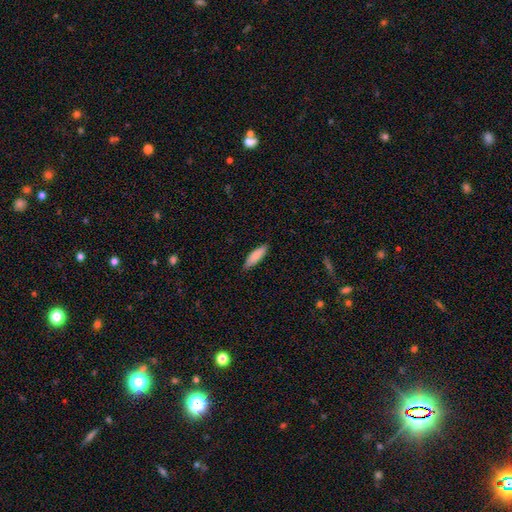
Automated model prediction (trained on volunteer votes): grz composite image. It shows a smooth galaxy with no disk features (86%) that is cigar-shaped (55%). Merging: none (84%).